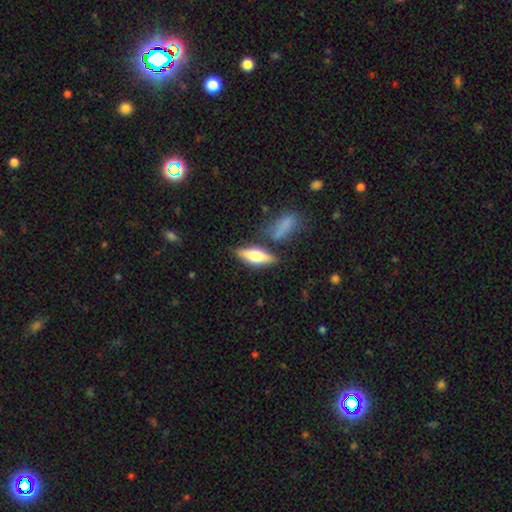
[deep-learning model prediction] Smooth or featured: smooth — 55% (featured or disk — 39%)
How rounded: in between — 59% (cigar-shaped — 38%)
Merging: none — 70% (minor disturbance — 13%)